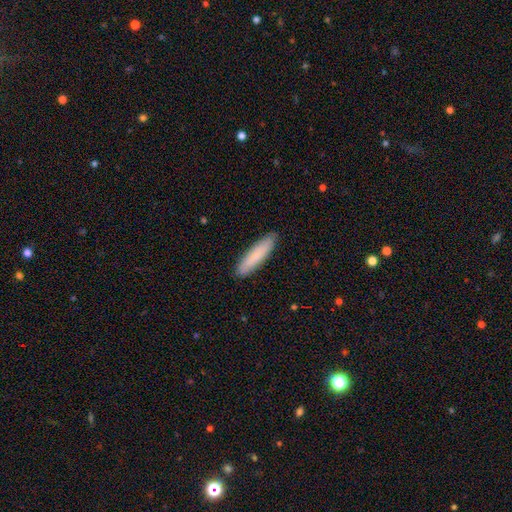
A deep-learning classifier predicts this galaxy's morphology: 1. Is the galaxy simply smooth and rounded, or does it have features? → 81% smooth, 13% featured or disk, 6% star or artifact.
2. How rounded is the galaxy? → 78% cigar-shaped, 21% in between, 1% round.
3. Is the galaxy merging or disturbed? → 88% none, 9% minor disturbance, 2% major disturbance, 1% merger.